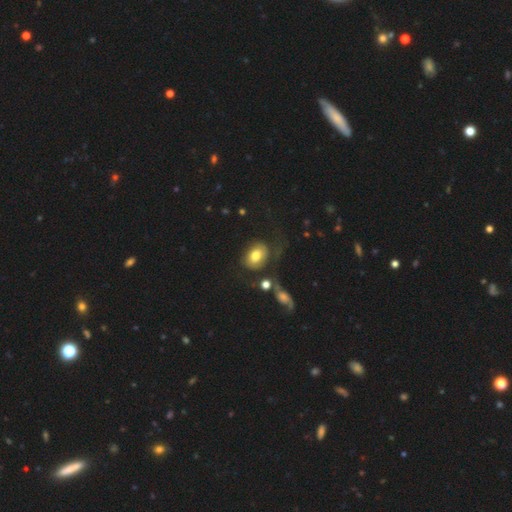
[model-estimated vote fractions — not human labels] The model was most divided on "merging": none: 50%, major disturbance: 20%, minor disturbance: 19%, merger: 11%. More confident: smooth or featured — smooth (68%); how rounded — in between (65%).